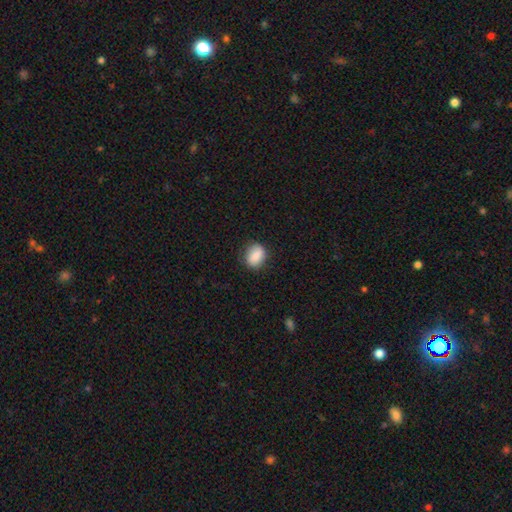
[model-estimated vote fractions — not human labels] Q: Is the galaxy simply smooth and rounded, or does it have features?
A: smooth — 82%.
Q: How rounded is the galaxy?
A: in between — 53%.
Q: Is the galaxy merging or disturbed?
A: none — 78%.